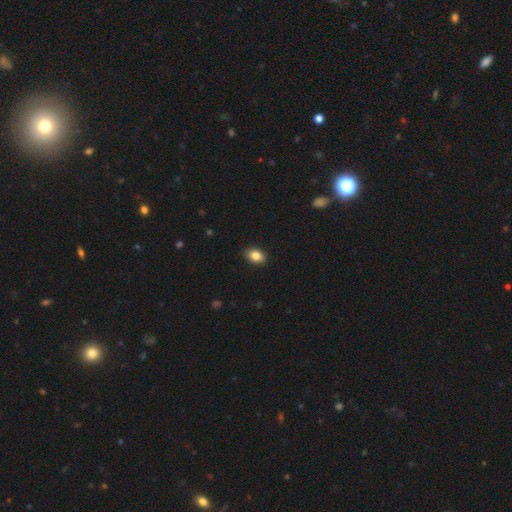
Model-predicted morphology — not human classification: This is clearly a smooth galaxy (85%). How rounded: likely in between (79%). Merging: clearly none (90%).